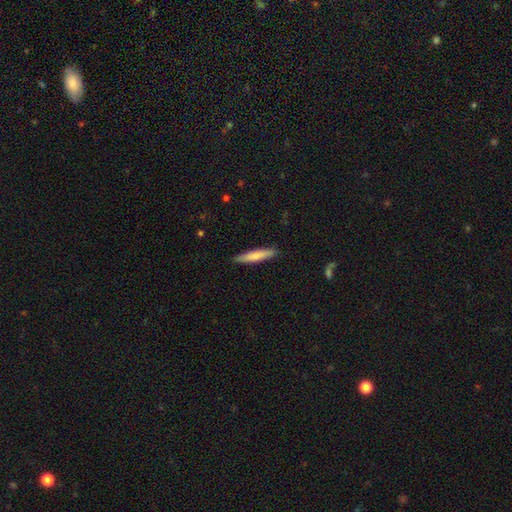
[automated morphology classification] Smooth or featured: smooth — 75% (featured or disk — 20%)
How rounded: cigar-shaped — 90% (in between — 8%)
Merging: none — 89% (minor disturbance — 8%)